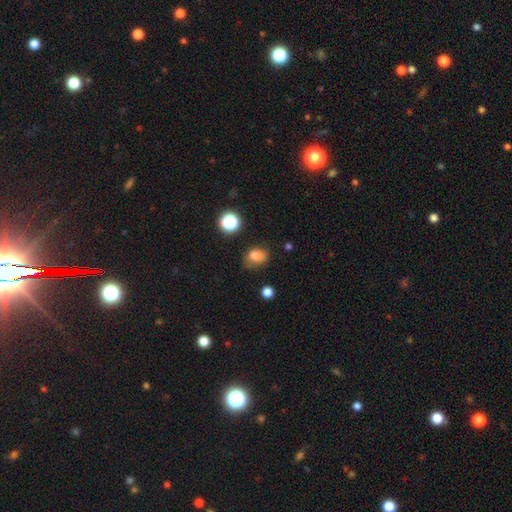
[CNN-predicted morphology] smooth_or_featured: smooth (p=0.80) [alt: star or artifact p=0.13]
how_rounded: in between (p=0.63) [alt: round p=0.35]
merging: none (p=0.56) [alt: minor disturbance p=0.31]